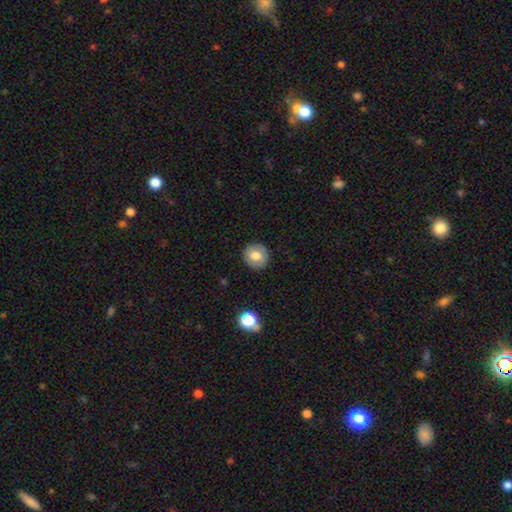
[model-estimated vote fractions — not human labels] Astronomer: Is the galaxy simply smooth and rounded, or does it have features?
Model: smooth — 74%.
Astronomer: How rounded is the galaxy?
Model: round — 88%.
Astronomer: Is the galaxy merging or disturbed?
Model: none — 90%.